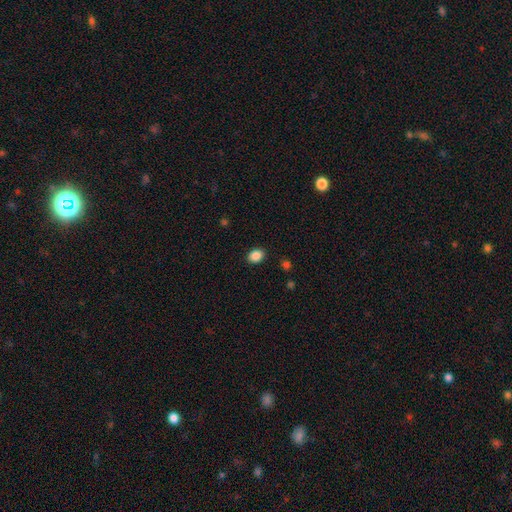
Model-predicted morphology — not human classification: A smooth galaxy with no disk features (87%) that is in between round and cigar-shaped (60%). Merging: none (89%).